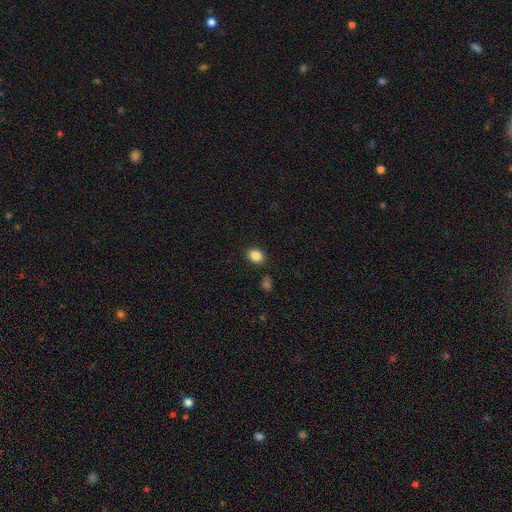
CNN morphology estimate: Q: Smooth or featured?
A: smooth (86%); runner-up: star or artifact (10%)
Q: How rounded?
A: in between (60%); runner-up: round (39%)
Q: Merging?
A: none (87%); runner-up: minor disturbance (9%)